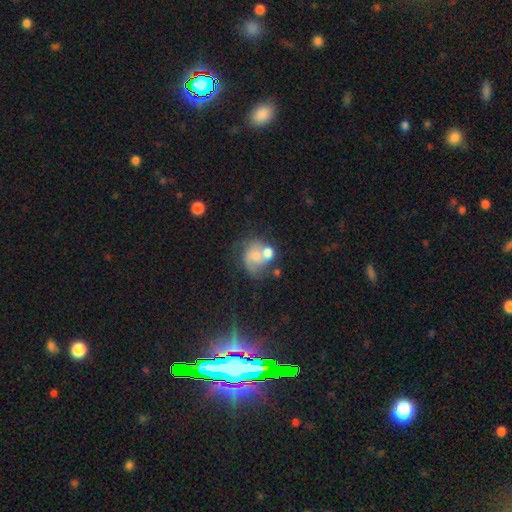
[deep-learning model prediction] Morphology: type=featured or disk (50%); merging=merger (42%).